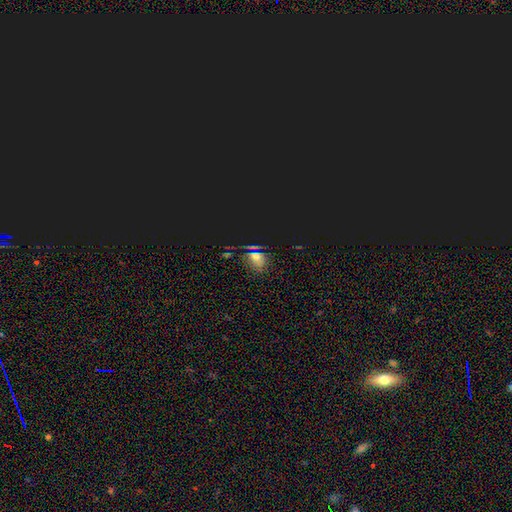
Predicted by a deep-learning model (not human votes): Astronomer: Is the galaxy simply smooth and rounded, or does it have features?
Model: star or artifact — 55% (runner-up: smooth, 35%).